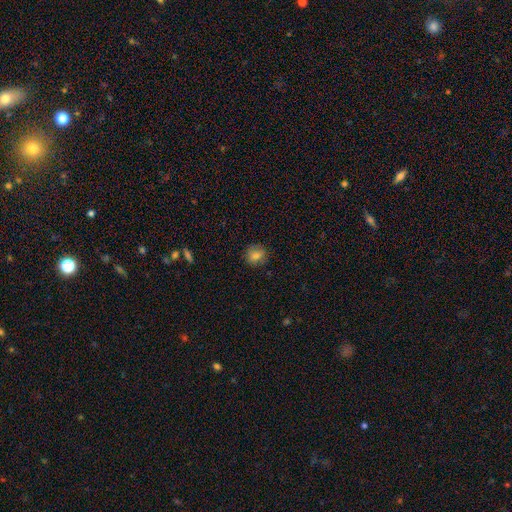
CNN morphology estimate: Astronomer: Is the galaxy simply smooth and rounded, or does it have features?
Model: smooth — 77%.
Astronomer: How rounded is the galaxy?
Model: round — 81%.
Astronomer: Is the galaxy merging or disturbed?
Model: none — 84%.